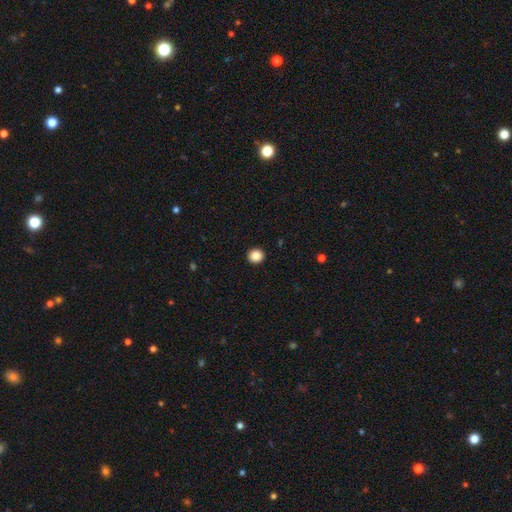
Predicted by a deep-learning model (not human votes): Smooth or featured: smooth — 87% (star or artifact — 10%)
How rounded: round — 86% (in between — 13%)
Merging: none — 93% (minor disturbance — 4%)